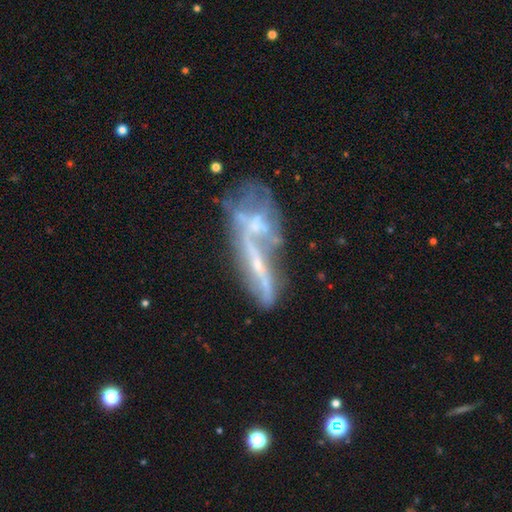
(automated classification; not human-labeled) A featured or disk galaxy (69%). Merging: merger (55%).